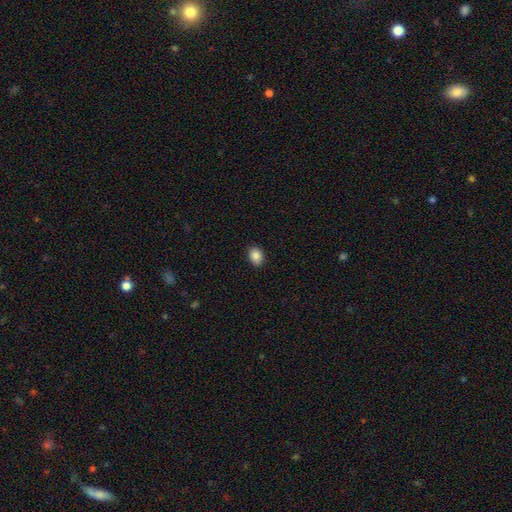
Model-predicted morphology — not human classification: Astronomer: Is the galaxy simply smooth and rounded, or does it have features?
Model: smooth — 86%.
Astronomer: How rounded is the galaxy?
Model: in between — 60% (runner-up: round, 39%).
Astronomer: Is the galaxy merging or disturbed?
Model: none — 89%.